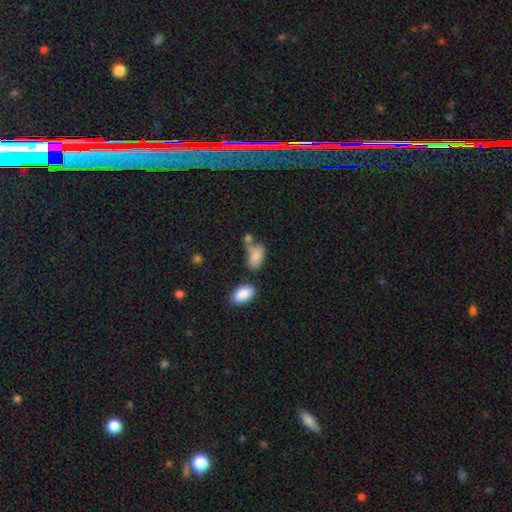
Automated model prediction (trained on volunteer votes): This appears to be a smooth galaxy with no disk features (80%) that is in between round and cigar-shaped (92%). Merging: none (42%).